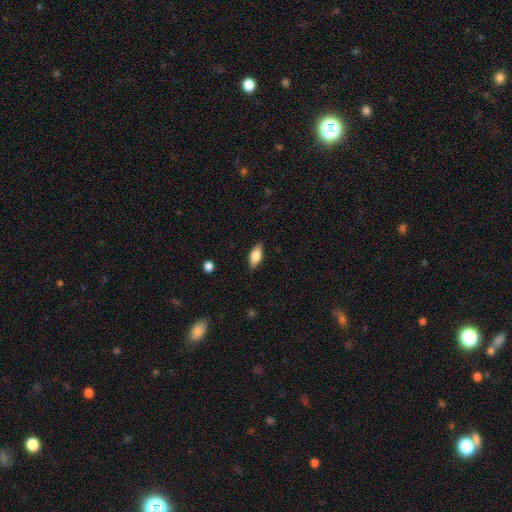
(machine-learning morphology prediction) This appears to be a smooth galaxy with no disk features (72%) that is in between round and cigar-shaped (82%). Merging: none (87%).